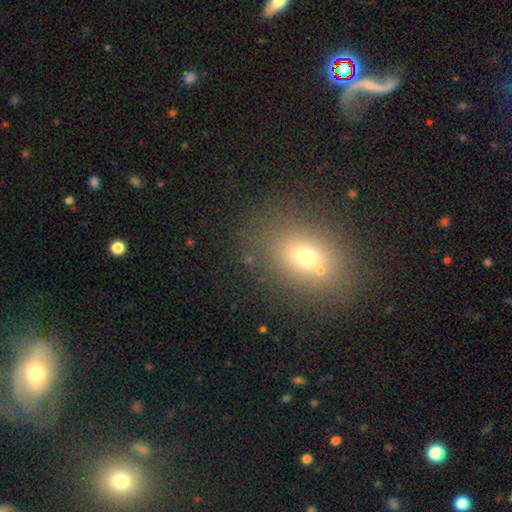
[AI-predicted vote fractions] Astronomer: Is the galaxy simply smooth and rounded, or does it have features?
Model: smooth — 56%.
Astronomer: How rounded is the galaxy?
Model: in between — 65%.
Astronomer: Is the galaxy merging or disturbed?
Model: none — 81%.